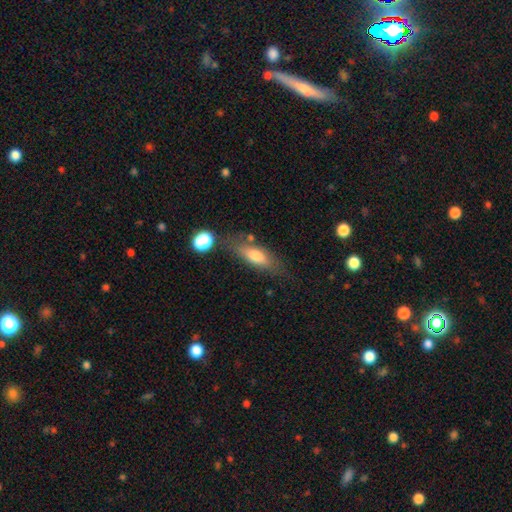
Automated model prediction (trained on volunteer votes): Smooth or featured: smooth — 70% (featured or disk — 22%)
How rounded: in between — 61% (cigar-shaped — 36%)
Merging: none — 66% (minor disturbance — 19%)